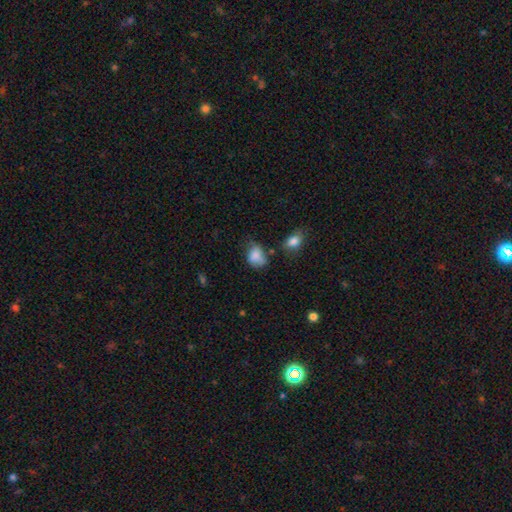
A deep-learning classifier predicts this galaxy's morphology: Smooth or featured? smooth (79%)
How rounded? in between (64%)
Merging? none (39%)